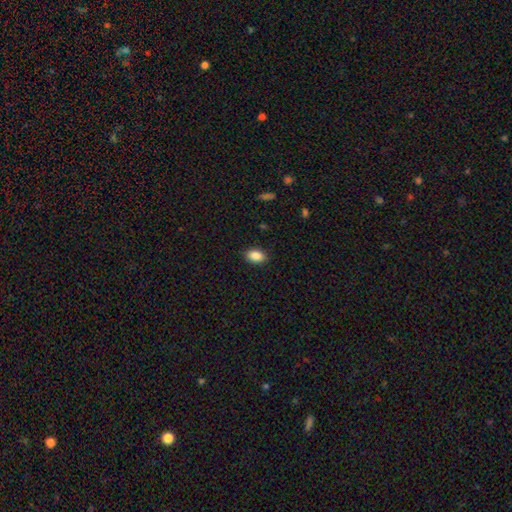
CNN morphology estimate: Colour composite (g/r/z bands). It shows a smooth galaxy with no disk features (88%) that is in between round and cigar-shaped (89%). Merging: none (88%).